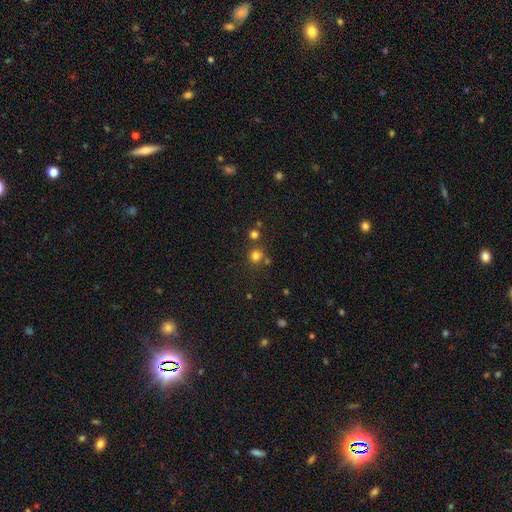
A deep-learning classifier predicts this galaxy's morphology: This appears to be a smooth galaxy with no disk features (75%) that is round (91%). Merging: none (73%).